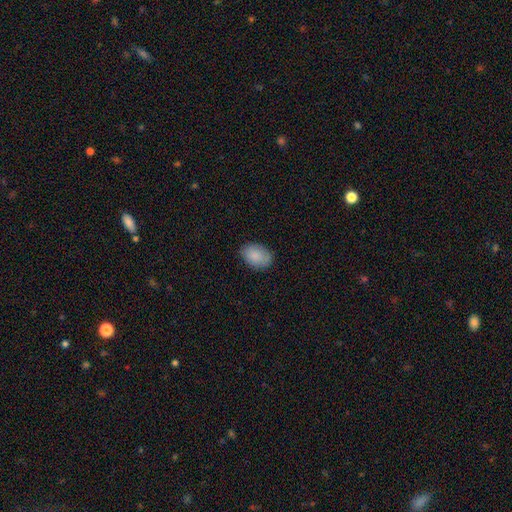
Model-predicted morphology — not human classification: Smooth or featured? smooth (88%)
How rounded? in between (83%)
Merging? none (80%)